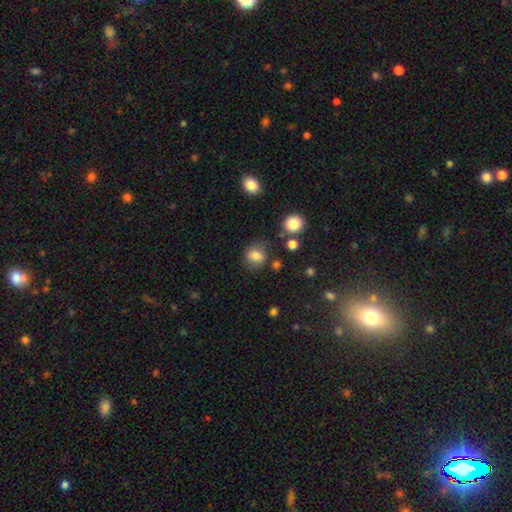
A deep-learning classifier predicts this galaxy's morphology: Smooth or featured: smooth — 80% (star or artifact — 11%)
How rounded: round — 61% (in between — 38%)
Merging: none — 72% (minor disturbance — 17%)